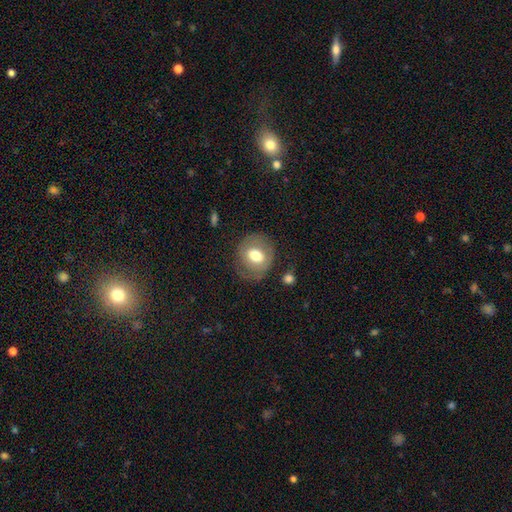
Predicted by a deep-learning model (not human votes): Smooth or featured? smooth (62%)
How rounded? round (70%)
Merging? none (70%)